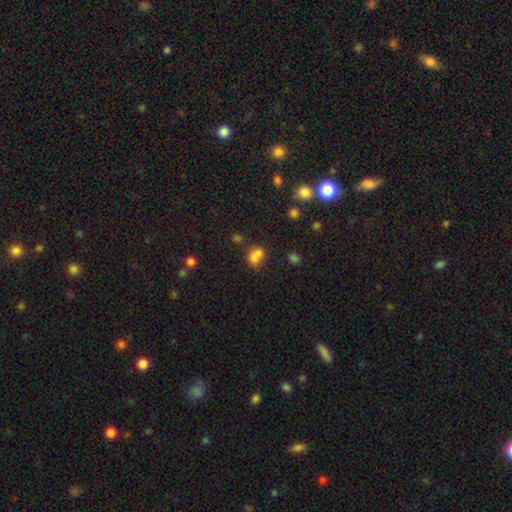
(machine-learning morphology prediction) A smooth galaxy with no disk features (70%) that is in between round and cigar-shaped (51%).

Vote fractions:
- Smooth or featured? smooth: 70% / star or artifact: 16% / featured or disk: 14%
- How rounded? in between: 51% / round: 48% / cigar-shaped: 1%
- Merging? merger: 54% / none: 29% / minor disturbance: 11% / major disturbance: 6%